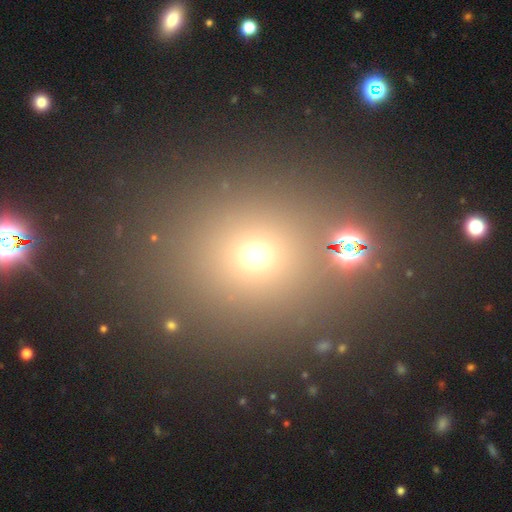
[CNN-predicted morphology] Smooth or featured? Predicted: smooth (p=0.61). How rounded? Predicted: round (p=0.80). Merging? Predicted: none (p=0.80).